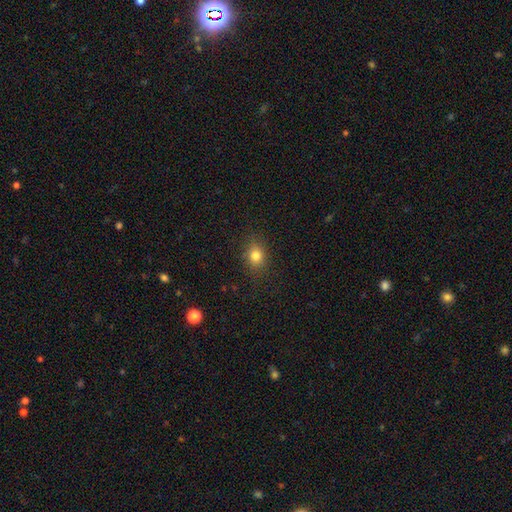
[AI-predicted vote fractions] A smooth galaxy with no disk features (80%) that is round (58%). Merging: none (85%).